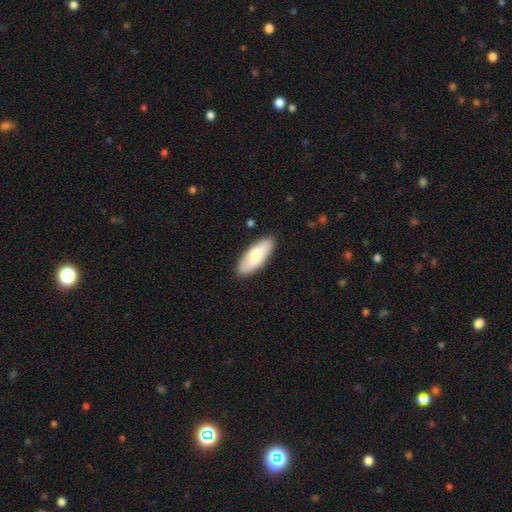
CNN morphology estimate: Smooth or featured?
  - smooth: 78% *
  - featured or disk: 17%
  - star or artifact: 5%
How rounded?
  - in between: 75% *
  - cigar-shaped: 23%
  - round: 2%
Merging?
  - none: 88% *
  - minor disturbance: 9%
  - major disturbance: 2%
  - merger: 1%